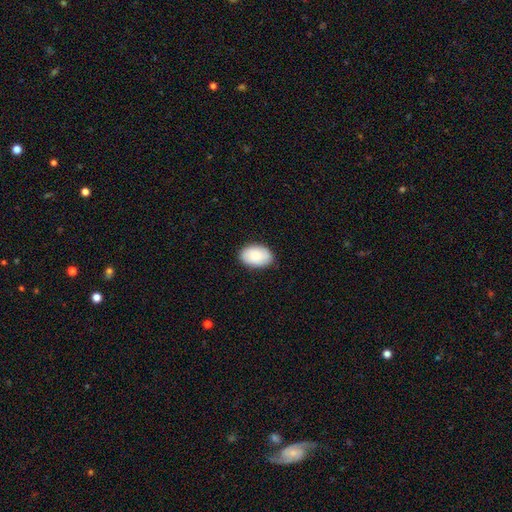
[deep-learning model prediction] Overall: smooth (85%). How rounded: in between (90%). Merging: none (85%).